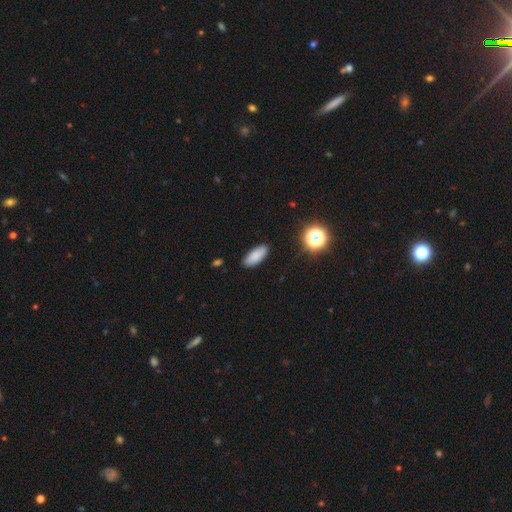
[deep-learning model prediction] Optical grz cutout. It shows a smooth galaxy with no disk features (85%) that is in between round and cigar-shaped (81%). Merging: none (87%).